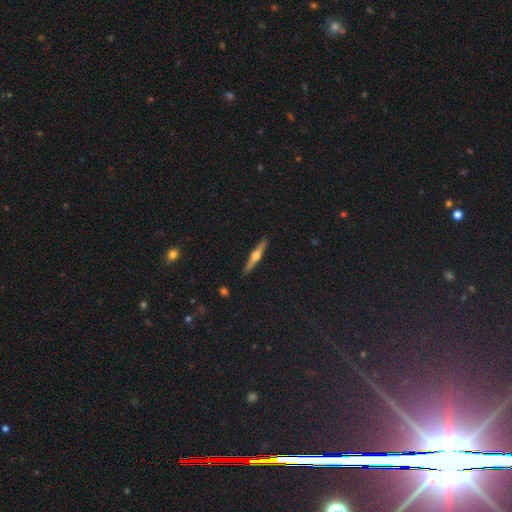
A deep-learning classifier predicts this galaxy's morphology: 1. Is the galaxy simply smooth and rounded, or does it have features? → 72% featured or disk, 21% smooth, 6% star or artifact.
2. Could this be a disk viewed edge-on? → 98% yes, 2% no.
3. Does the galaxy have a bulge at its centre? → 93% rounded, 4% boxy, 3% none.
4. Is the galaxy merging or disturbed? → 91% none, 6% minor disturbance, 1% major disturbance, 1% merger.